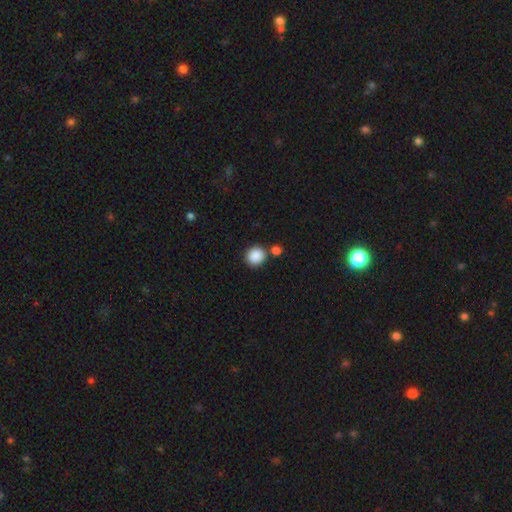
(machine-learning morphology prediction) smooth_or_featured: smooth (p=0.88) [alt: star or artifact p=0.09]
how_rounded: round (p=0.85) [alt: in between p=0.14]
merging: none (p=0.73) [alt: merger p=0.15]